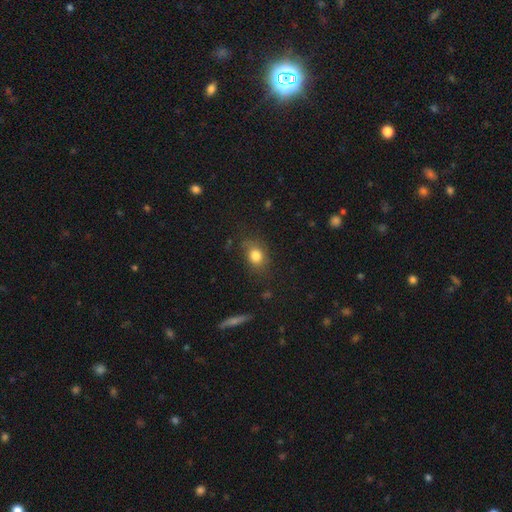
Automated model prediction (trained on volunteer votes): smooth 81%, star or artifact 10%, featured or disk 9%. Down the decision tree: how rounded — in between (59%); merging — none (72%).